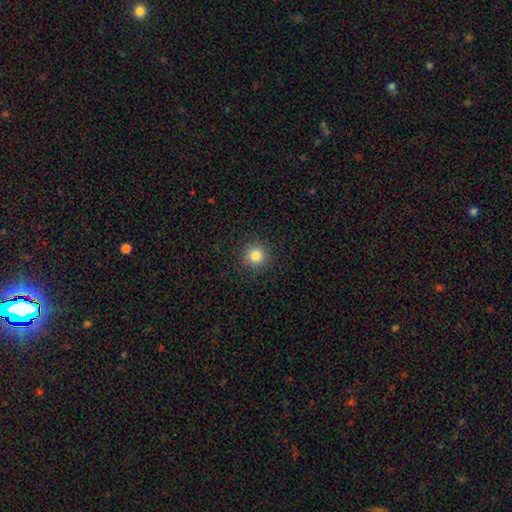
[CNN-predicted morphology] This appears to be a smooth galaxy with no disk features (83%) that is round (94%). Merging: none (90%).